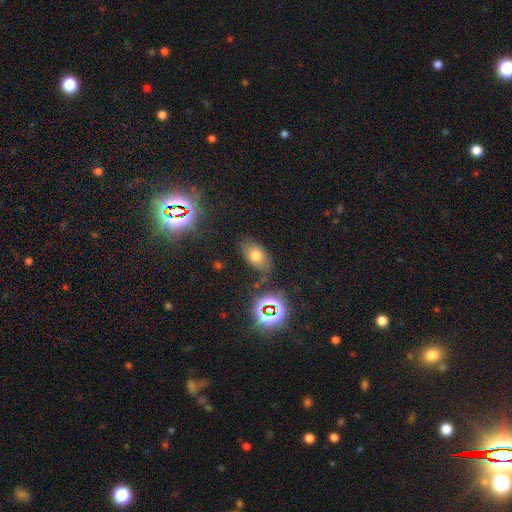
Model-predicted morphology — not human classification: type=smooth (63%); roundness=in between (86%); merging=none (68%).